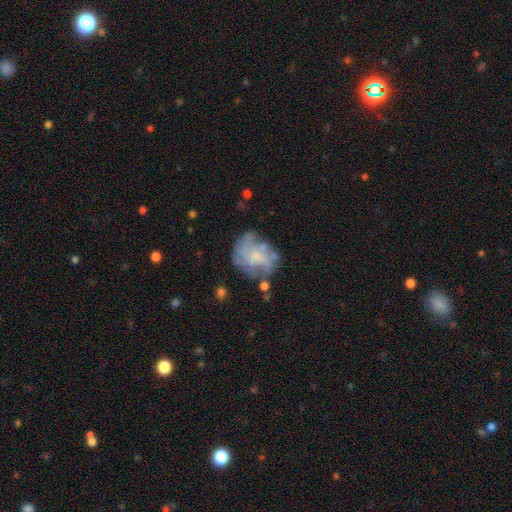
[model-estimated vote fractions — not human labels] This is likely a featured or disk galaxy (67%). It is clearly not viewed edge-on (97%). Bar: likely no (72%). Spiral arm pattern: likely yes (71%). Central bulge: marginally small (34%, tied with moderate). Merging: likely none (61%).